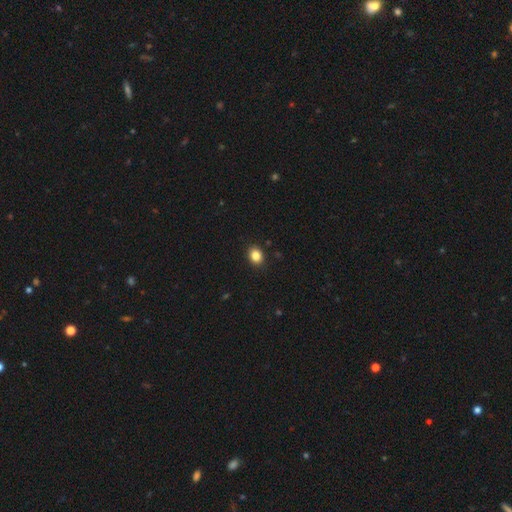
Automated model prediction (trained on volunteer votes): Q: Smooth or featured?
A: smooth (85%); runner-up: star or artifact (10%)
Q: How rounded?
A: round (56%); runner-up: in between (43%)
Q: Merging?
A: none (90%); runner-up: minor disturbance (7%)